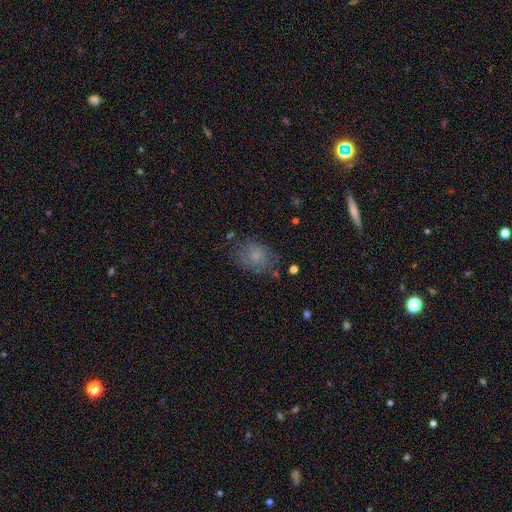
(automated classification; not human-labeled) Smooth or featured? smooth (63%)
How rounded? in between (59%)
Merging? none (65%)